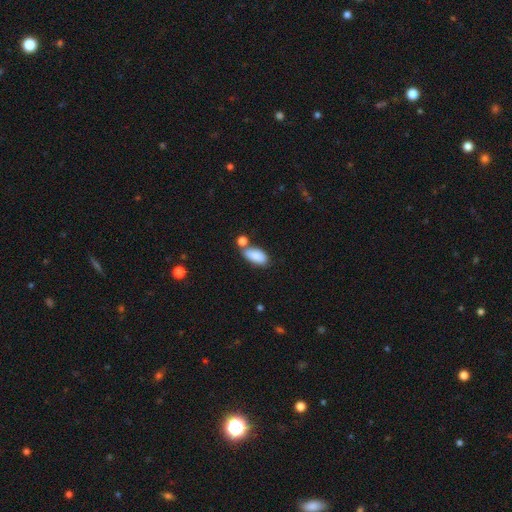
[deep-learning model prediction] Overall: smooth (86%). How rounded: in between (91%). Merging: none (52%; merger 28%).